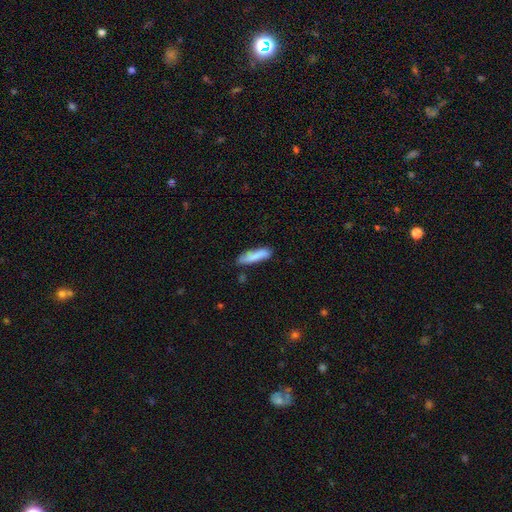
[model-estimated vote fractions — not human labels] smooth_or_featured: smooth (p=0.83) [alt: featured or disk p=0.11]
how_rounded: cigar-shaped (p=0.75) [alt: in between p=0.24]
merging: none (p=0.73) [alt: minor disturbance p=0.20]